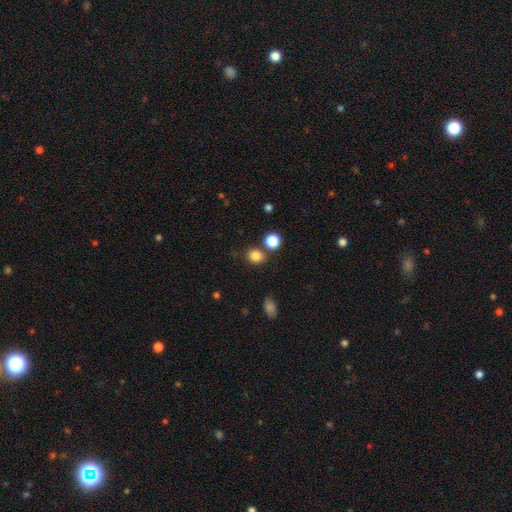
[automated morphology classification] type=smooth (83%); roundness=round (71%); merging=none (73%).